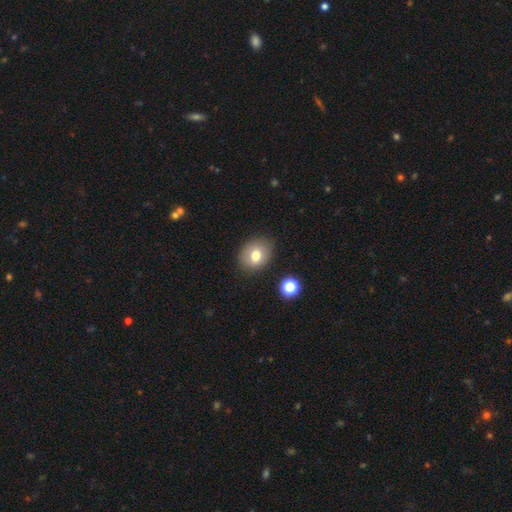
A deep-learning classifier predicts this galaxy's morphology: A smooth galaxy with no disk features (75%) that is round (51%).

Vote fractions:
- Smooth or featured? smooth: 75% / featured or disk: 14% / star or artifact: 11%
- How rounded? round: 51% / in between: 48% / cigar-shaped: 1%
- Merging? none: 84% / minor disturbance: 11% / major disturbance: 3% / merger: 2%